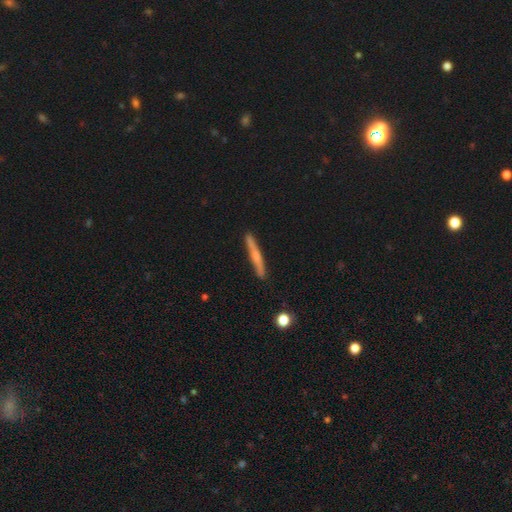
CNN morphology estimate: A featured or disk galaxy (48%).

Vote fractions:
- Smooth or featured? featured or disk: 48% / smooth: 45% / star or artifact: 6%
- Merging? none: 88% / minor disturbance: 8% / major disturbance: 2% / merger: 2%